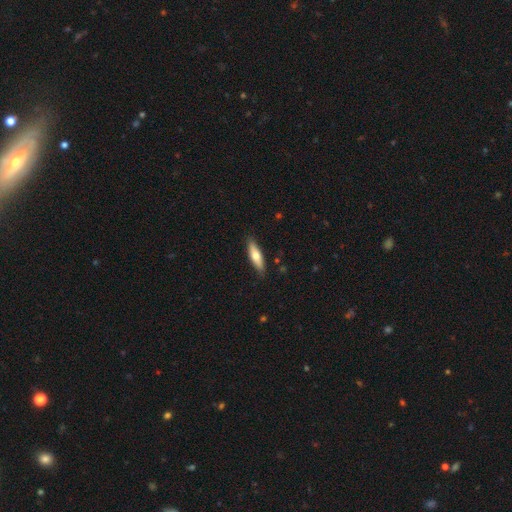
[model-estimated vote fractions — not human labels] A smooth galaxy with no disk features (64%) that is cigar-shaped (59%).

Vote fractions:
- Smooth or featured? smooth: 64% / featured or disk: 31% / star or artifact: 6%
- How rounded? cigar-shaped: 59% / in between: 39% / round: 2%
- Merging? none: 86% / minor disturbance: 11% / major disturbance: 2% / merger: 1%